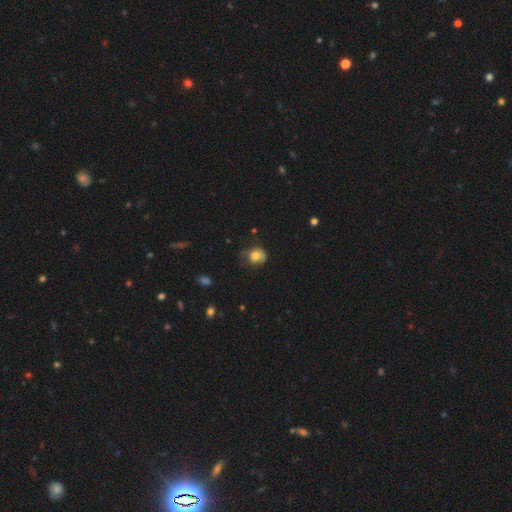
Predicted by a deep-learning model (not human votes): A smooth galaxy with no disk features (74%) that is round (74%). Merging: none (53%).